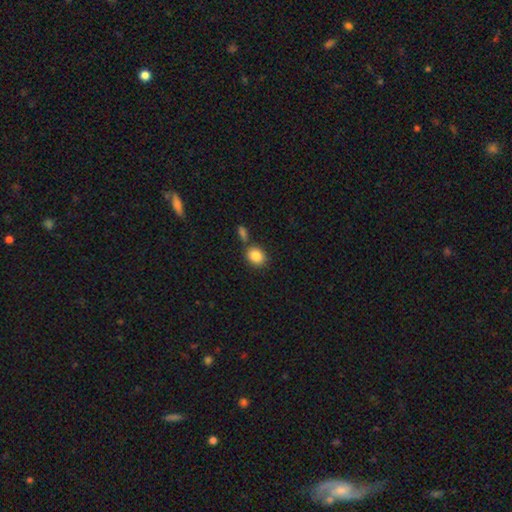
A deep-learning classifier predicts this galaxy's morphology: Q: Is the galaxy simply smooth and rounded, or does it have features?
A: smooth — 87%.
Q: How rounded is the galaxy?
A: in between — 52%.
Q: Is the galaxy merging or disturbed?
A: none — 66%.